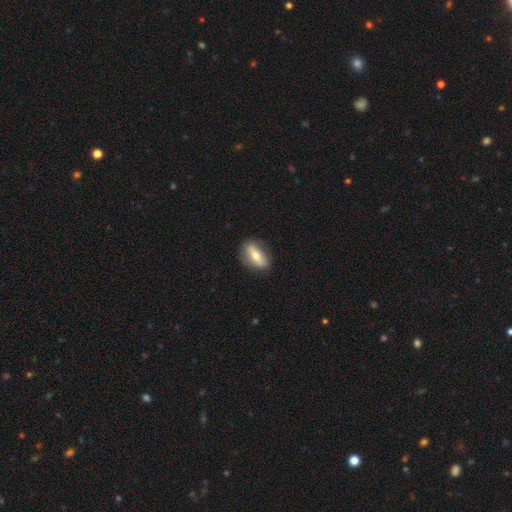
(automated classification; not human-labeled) Smooth or featured? Predicted: smooth (p=0.51). How rounded? Predicted: in between (p=0.78). Merging? Predicted: none (p=0.82).